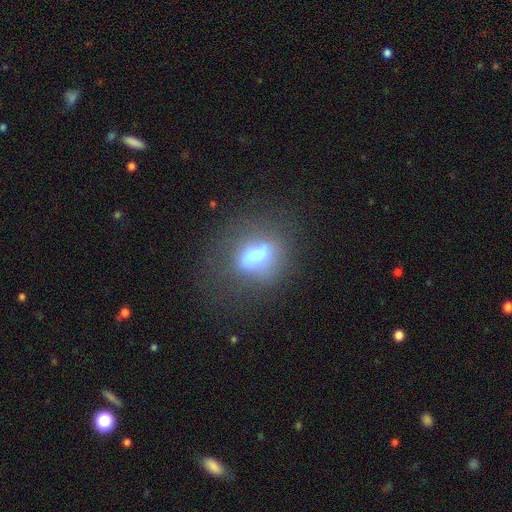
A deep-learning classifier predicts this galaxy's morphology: Smooth or featured? smooth (60%)
How rounded? in between (69%)
Merging? none (63%)